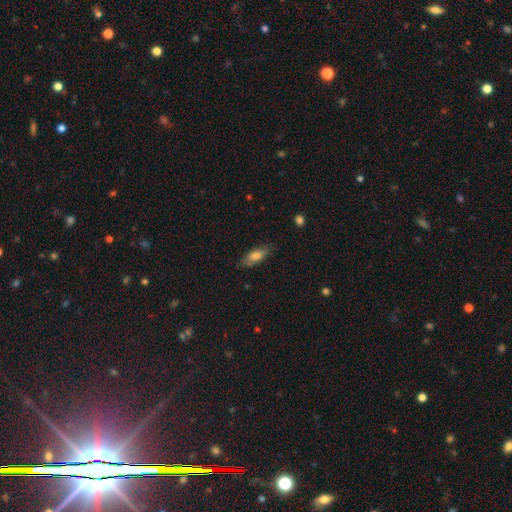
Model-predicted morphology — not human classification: Q: Smooth or featured?
A: smooth (74%); runner-up: featured or disk (19%)
Q: How rounded?
A: in between (71%); runner-up: cigar-shaped (27%)
Q: Merging?
A: none (78%); runner-up: minor disturbance (17%)